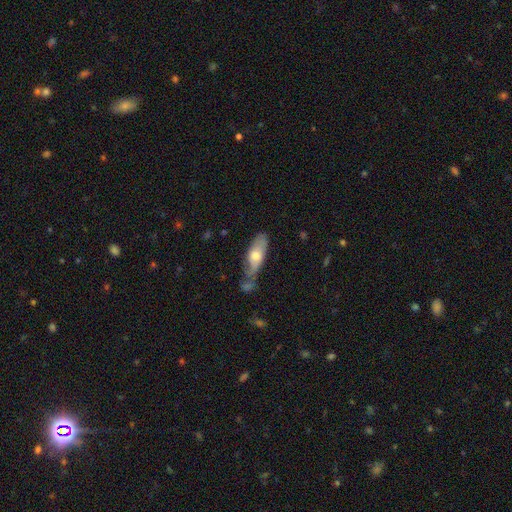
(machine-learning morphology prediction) smooth 59%, featured or disk 35%, star or artifact 6%. Down the decision tree: how rounded — in between (67%); merging — none (44%).